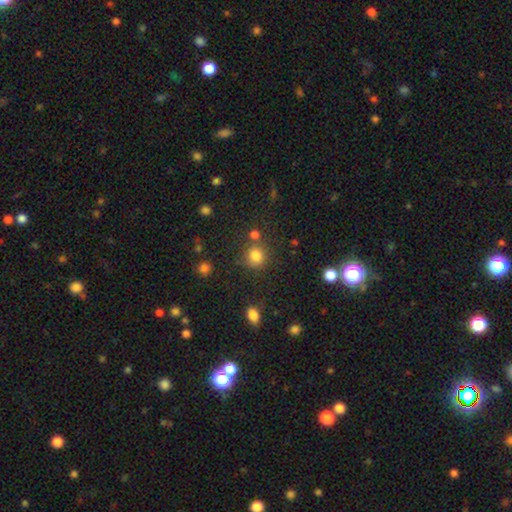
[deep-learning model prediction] smooth 81%, star or artifact 14%, featured or disk 6%. Down the decision tree: how rounded — round (87%); merging — none (70%).